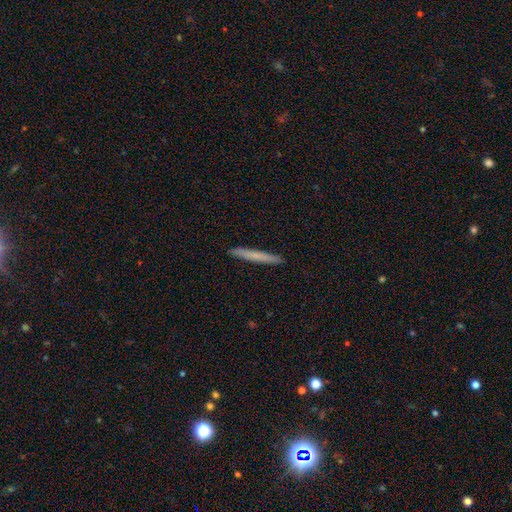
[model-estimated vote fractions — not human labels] The model was most divided on "smooth or featured": smooth: 66%, featured or disk: 28%, star or artifact: 6%. More confident: how rounded — cigar-shaped (96%); merging — none (92%).